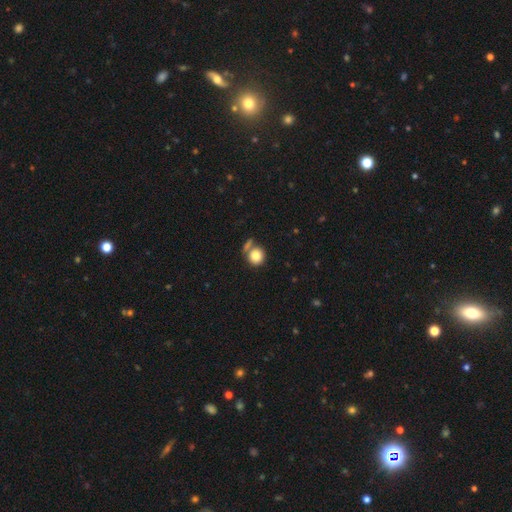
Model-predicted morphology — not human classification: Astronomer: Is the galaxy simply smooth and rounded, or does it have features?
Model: smooth — 83%.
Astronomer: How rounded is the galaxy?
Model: round — 87%.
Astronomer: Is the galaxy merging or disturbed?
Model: none — 59%.